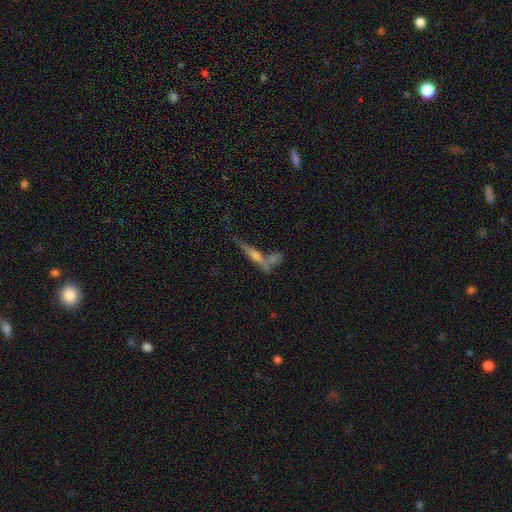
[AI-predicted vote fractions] Smooth or featured: featured or disk — 60% (smooth — 27%)
Edge-on disk: yes — 90% (no — 10%)
Edge-on bulge: rounded — 73% (none — 15%)
Merging: none — 49% (merger — 31%)